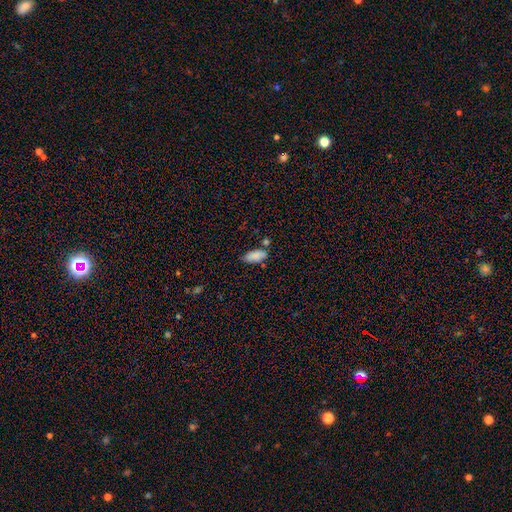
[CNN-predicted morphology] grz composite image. It shows a smooth galaxy with no disk features (86%) that is in between round and cigar-shaped (86%). Merging: none (67%).